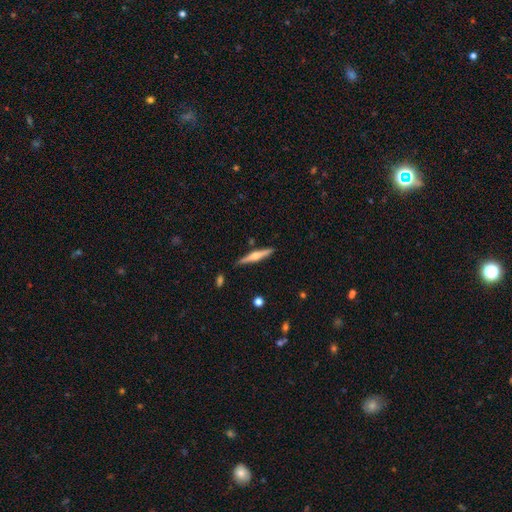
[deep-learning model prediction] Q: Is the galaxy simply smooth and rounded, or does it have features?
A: featured or disk — 63%.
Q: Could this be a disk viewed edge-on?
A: yes — 98%.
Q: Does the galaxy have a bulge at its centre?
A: rounded — 84%.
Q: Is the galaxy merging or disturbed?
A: none — 88%.